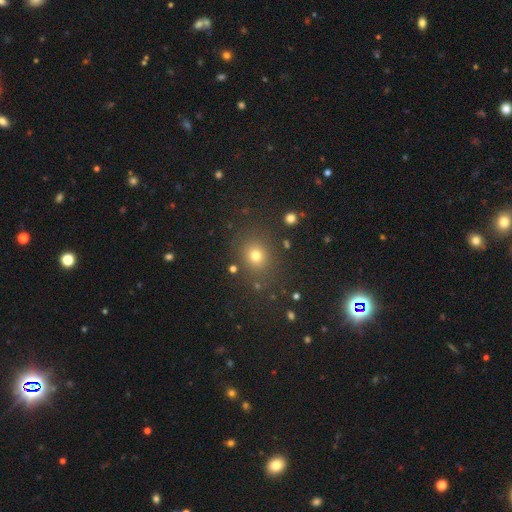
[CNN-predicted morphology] Smooth or featured?
  - smooth: 74% *
  - star or artifact: 19%
  - featured or disk: 7%
How rounded?
  - round: 76% *
  - in between: 23%
  - cigar-shaped: 1%
Merging?
  - none: 83% *
  - minor disturbance: 10%
  - major disturbance: 4%
  - merger: 3%